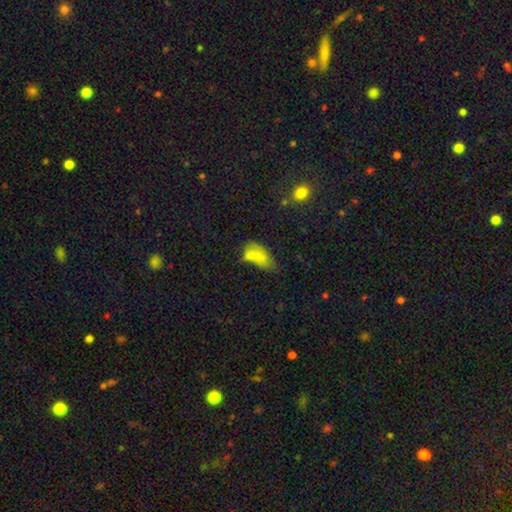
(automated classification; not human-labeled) smooth-or-featured: smooth: 68% | featured or disk: 19% | star or artifact: 14%
  how-rounded: in between: 90% | round: 5% | cigar-shaped: 5%
  merging: minor disturbance: 28% (tied) | major disturbance: 28% (tied) | none: 24% | merger: 20%